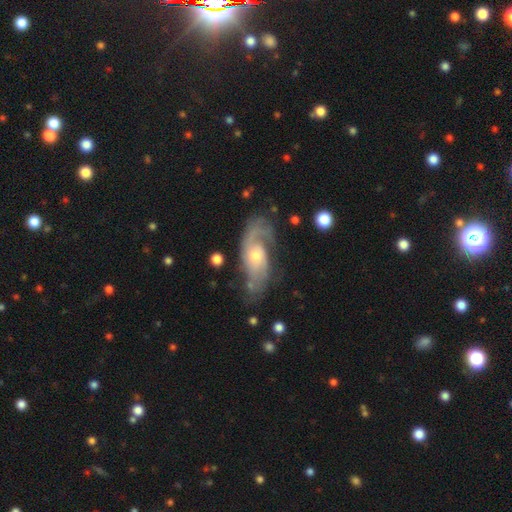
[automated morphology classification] smooth-or-featured: featured or disk: 81% | smooth: 12% | star or artifact: 6%
  disk-edge-on: no: 91% | yes: 9%
    bar: no: 69% | weak: 26% | strong: 5%
    has-spiral-arms: yes: 93% | no: 7%
      spiral-winding: medium: 43% | tight: 31% | loose: 26%
      spiral-arm-count: 2: 62% | can't tell: 17% | 1: 14% | 3: 4% | 4: 2% | more than 4: 2%
    bulge-size: moderate: 48% | small: 45% | large: 4% | none: 2% | dominant: 1%
  merging: none: 64% | minor disturbance: 21% | major disturbance: 12% | merger: 3%